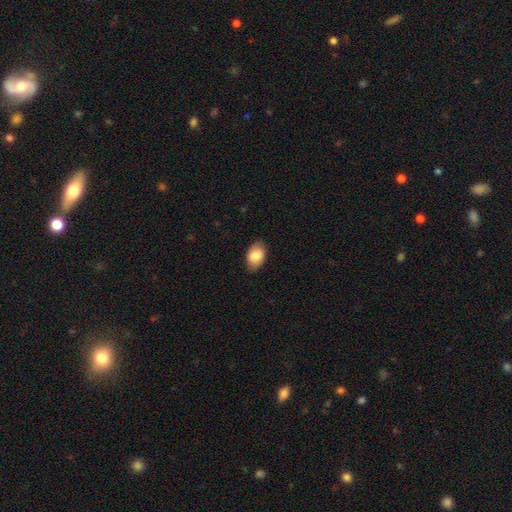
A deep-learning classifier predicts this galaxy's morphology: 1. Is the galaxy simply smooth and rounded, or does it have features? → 84% smooth, 9% featured or disk, 7% star or artifact.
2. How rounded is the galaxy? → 89% in between, 10% round, 1% cigar-shaped.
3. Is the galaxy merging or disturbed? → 85% none, 11% minor disturbance, 2% major disturbance, 1% merger.